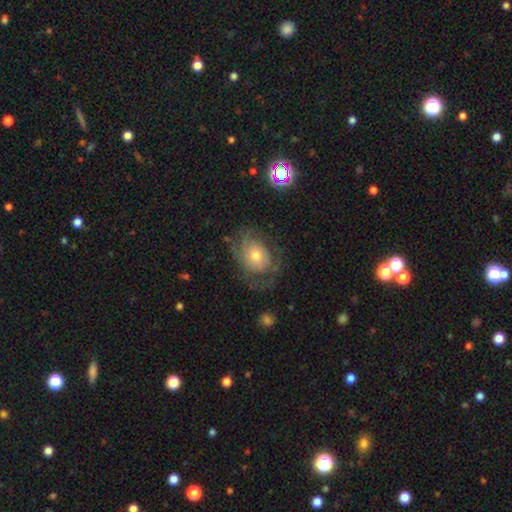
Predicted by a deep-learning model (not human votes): smooth_or_featured: featured or disk (p=0.59) [alt: smooth p=0.31]
disk_edge_on: no (p=0.96) [alt: yes p=0.04]
bar: no (p=0.82) [alt: weak p=0.15]
has_spiral_arms: yes (p=0.76) [alt: no p=0.24]
bulge_size: moderate (p=0.53) [alt: small p=0.37]
merging: none (p=0.56) [alt: minor disturbance p=0.22]